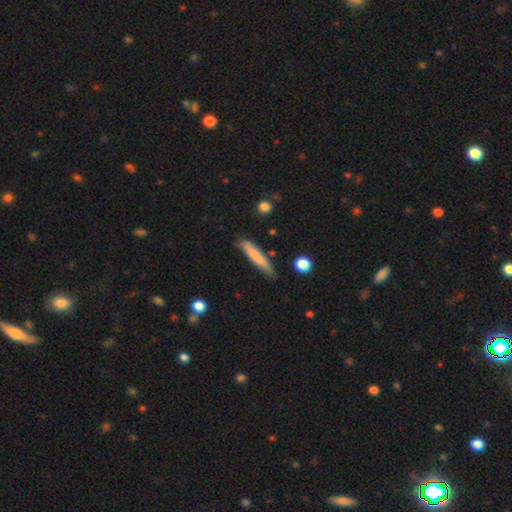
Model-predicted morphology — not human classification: smooth_or_featured: smooth (p=0.75) [alt: featured or disk p=0.18]
how_rounded: cigar-shaped (p=0.90) [alt: in between p=0.09]
merging: none (p=0.76) [alt: minor disturbance p=0.18]